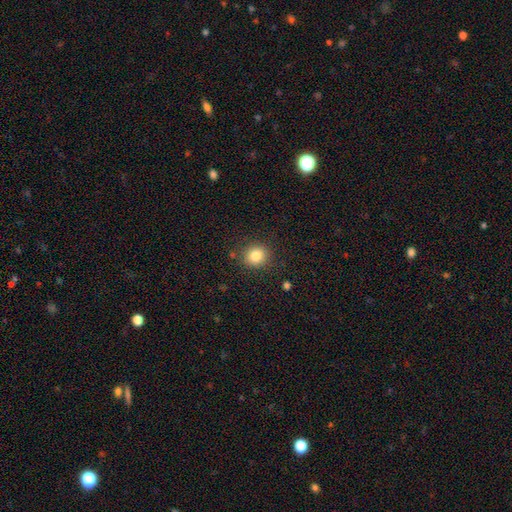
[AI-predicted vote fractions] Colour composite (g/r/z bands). It shows a smooth galaxy with no disk features (83%) that is round (83%). Merging: none (87%).